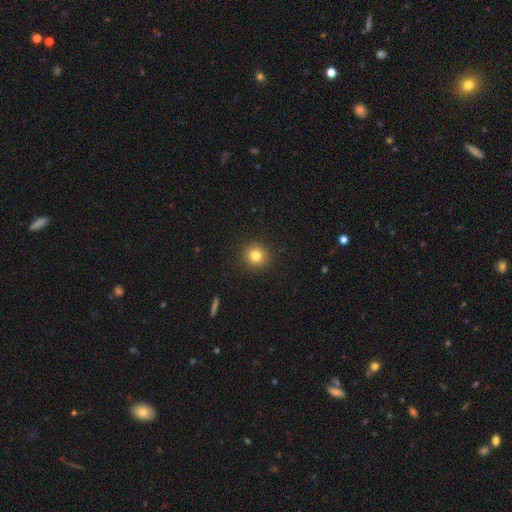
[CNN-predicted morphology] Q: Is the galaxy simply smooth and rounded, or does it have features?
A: smooth — 80%.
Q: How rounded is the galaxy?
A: round — 94%.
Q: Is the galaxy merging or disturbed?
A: none — 91%.